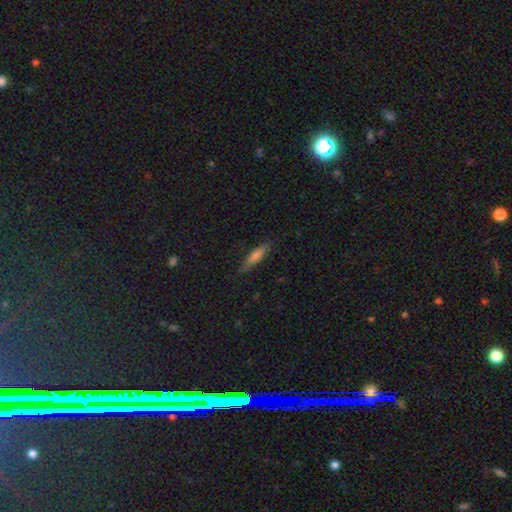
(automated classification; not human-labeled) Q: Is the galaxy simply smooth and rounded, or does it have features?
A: smooth — 57%.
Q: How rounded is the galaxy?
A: cigar-shaped — 84%.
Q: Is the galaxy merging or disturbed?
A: none — 86%.